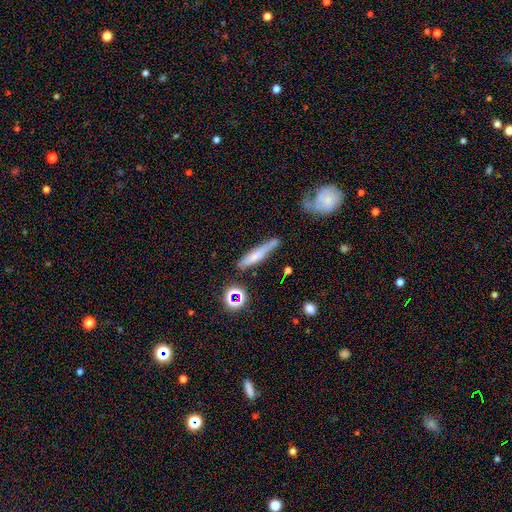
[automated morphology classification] Overall: smooth (57%; featured or disk 32%). How rounded: cigar-shaped (87%). Merging: none (62%; minor disturbance 23%).